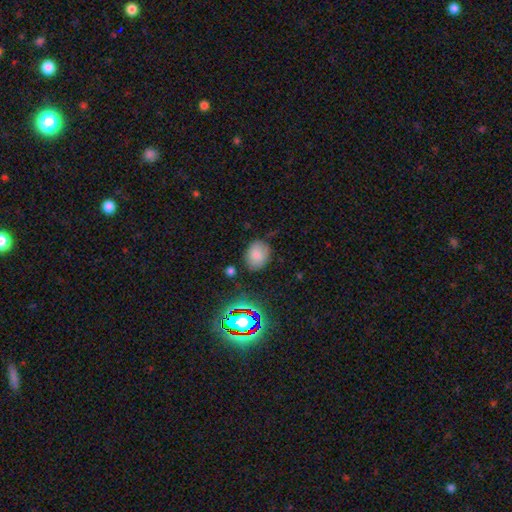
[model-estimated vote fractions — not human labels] The model was most divided on "how rounded": in between: 58%, round: 41%, cigar-shaped: 1%. More confident: smooth or featured — smooth (77%); merging — none (73%).